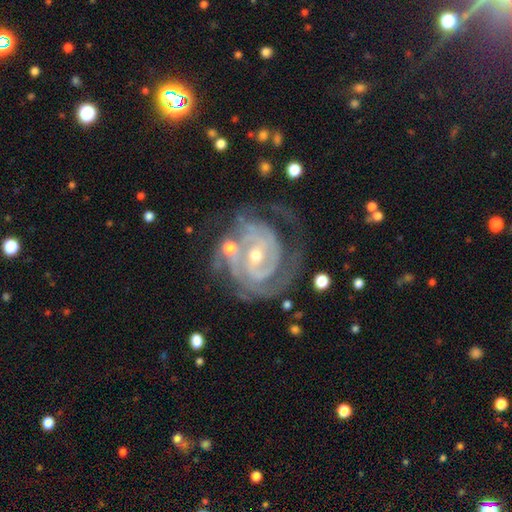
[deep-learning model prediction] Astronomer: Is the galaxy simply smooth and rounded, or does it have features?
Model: featured or disk — 90%.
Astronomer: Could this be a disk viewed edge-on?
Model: no — 97%.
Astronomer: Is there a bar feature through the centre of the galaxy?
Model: weak — 40% (runner-up: no, 38%).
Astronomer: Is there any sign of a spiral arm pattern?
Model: yes — 97%.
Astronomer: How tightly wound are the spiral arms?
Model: tight — 73%.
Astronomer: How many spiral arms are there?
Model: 2 — 32% (runner-up: 3, 26%).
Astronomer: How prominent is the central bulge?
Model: small — 57% (runner-up: moderate, 40%).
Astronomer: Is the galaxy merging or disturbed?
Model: none — 58%.